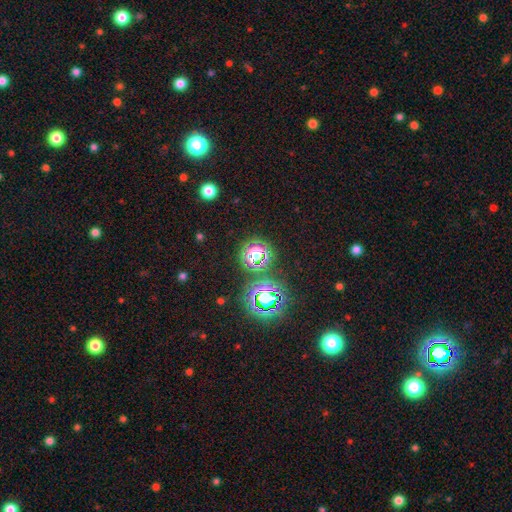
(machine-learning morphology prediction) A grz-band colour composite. It shows a star or artifact, not a galaxy (60%).